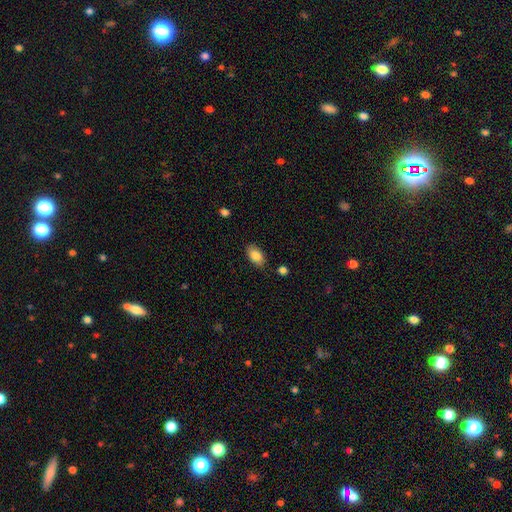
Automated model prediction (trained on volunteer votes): Smooth or featured? smooth (85%)
How rounded? in between (92%)
Merging? none (84%)